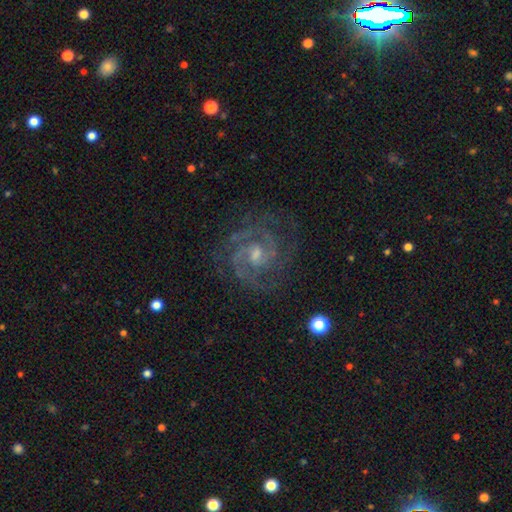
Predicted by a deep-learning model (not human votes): Morphology: type=featured or disk (89%); edge-on=no (98%); bar=weak (52%); spiral arms=yes (98%); winding=tight (55%); arm count=2 (52%); bulge=small (54%); merging=none (76%).